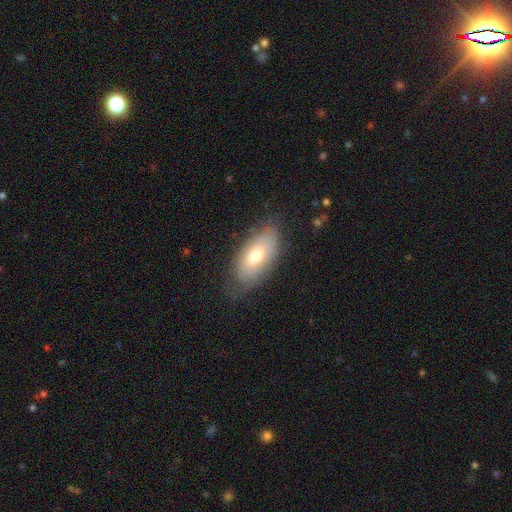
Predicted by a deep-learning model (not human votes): This appears to be a smooth galaxy with no disk features (64%) that is in between round and cigar-shaped (91%). Merging: none (70%).